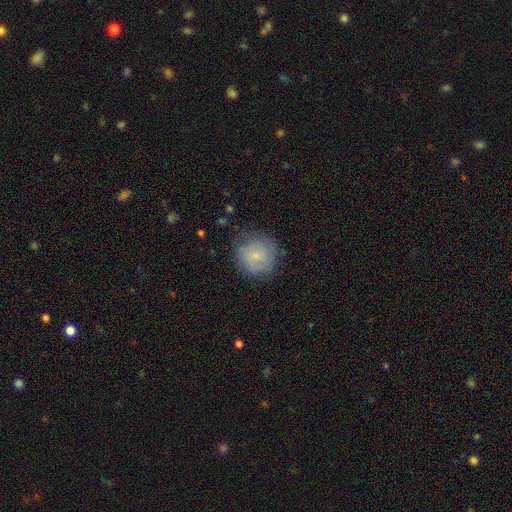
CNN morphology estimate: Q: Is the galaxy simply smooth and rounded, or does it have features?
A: smooth — 55%.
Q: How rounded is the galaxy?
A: round — 92%.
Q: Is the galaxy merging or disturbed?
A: none — 76%.